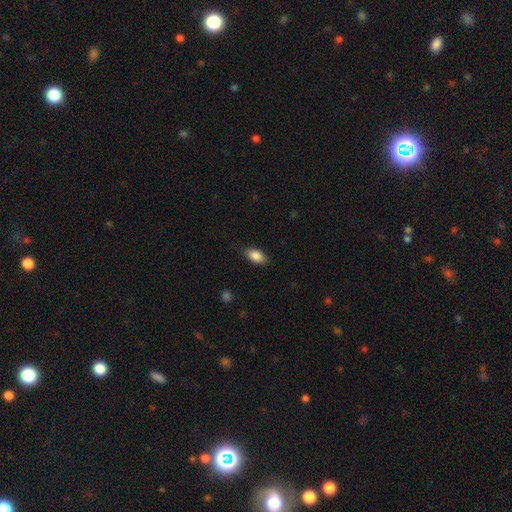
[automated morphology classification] Q: Smooth or featured?
A: smooth (85%); runner-up: featured or disk (8%)
Q: How rounded?
A: in between (89%); runner-up: round (7%)
Q: Merging?
A: none (80%); runner-up: minor disturbance (16%)